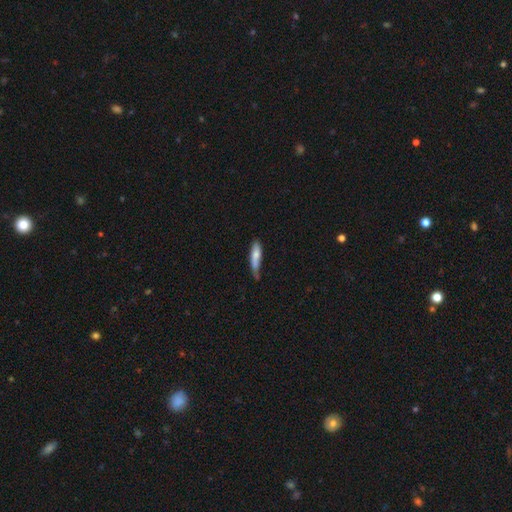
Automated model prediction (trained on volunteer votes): smooth 71%, featured or disk 23%, star or artifact 6%. Down the decision tree: how rounded — cigar-shaped (73%); merging — none (49%).